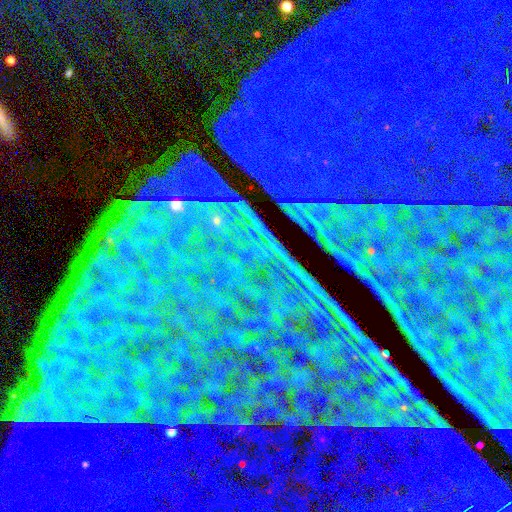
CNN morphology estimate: smooth_or_featured: star or artifact (p=0.86) [alt: featured or disk p=0.08]